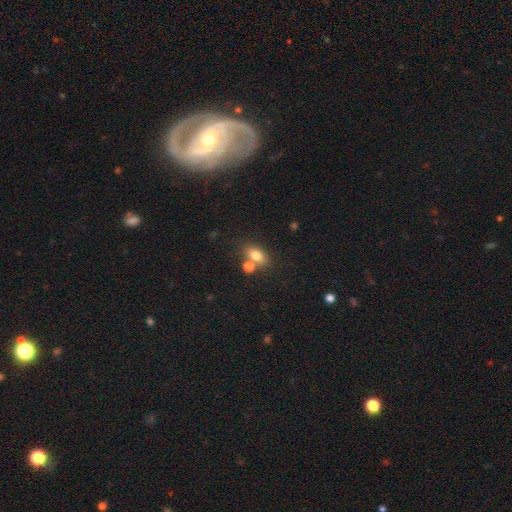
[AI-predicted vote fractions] Morphology: type=smooth (77%); roundness=in between (77%); merging=none (56%).